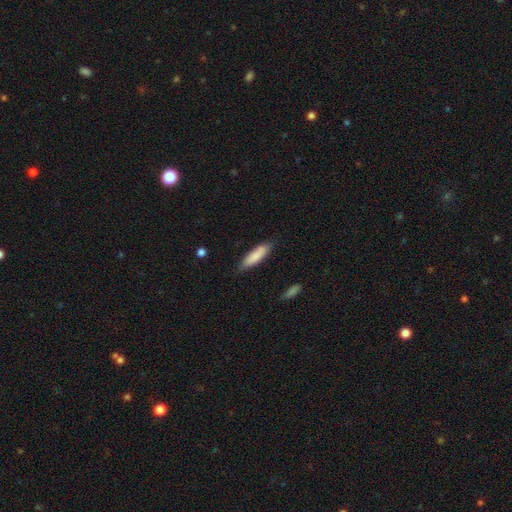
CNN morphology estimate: Smooth or featured? smooth (84%)
How rounded? cigar-shaped (62%)
Merging? none (79%)